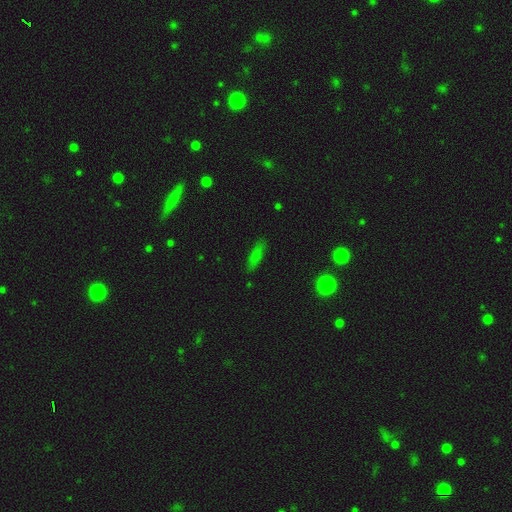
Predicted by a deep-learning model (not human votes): smooth 73%, featured or disk 15%, star or artifact 12%. Down the decision tree: how rounded — cigar-shaped (55%); merging — none (84%).